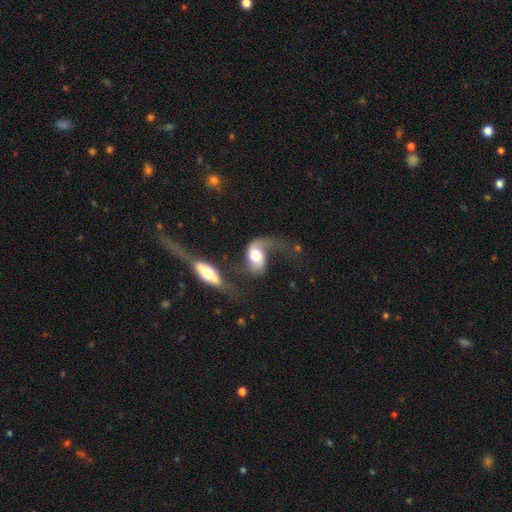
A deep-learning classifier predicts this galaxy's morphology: Smooth or featured?
  - featured or disk: 69% *
  - smooth: 24%
  - star or artifact: 6%
Edge-on disk?
  - no: 95% *
  - yes: 5%
Bar?
  - no: 59% *
  - weak: 30%
  - strong: 10%
Spiral arms?
  - yes: 89% *
  - no: 11%
Spiral winding?
  - loose: 73% *
  - medium: 21%
  - tight: 6%
Spiral arm count?
  - 2: 67% *
  - 1: 27%
  - can't tell: 4%
  - 3: 1%
  - 4: 1%
  - more than 4: 1%
Bulge size?
  - moderate: 42% *
  - large: 40%
  - dominant: 8%
  - small: 8%
  - none: 2%
Merging?
  - major disturbance: 30% * (tied)
  - merger: 30% * (tied)
  - none: 26%
  - minor disturbance: 14%